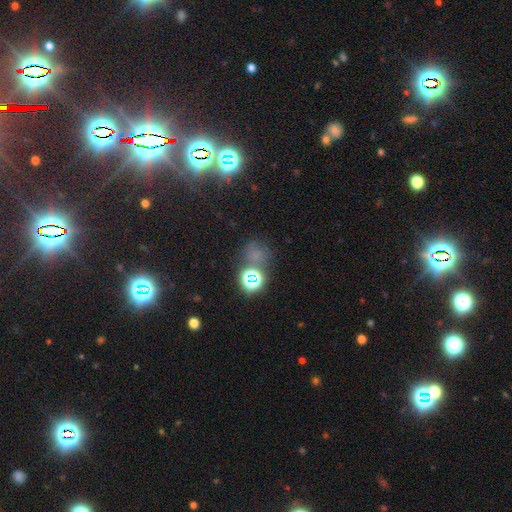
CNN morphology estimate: A star or artifact, not a galaxy (48%).

Vote fractions:
- Smooth or featured? star or artifact: 48% / smooth: 43% / featured or disk: 9%